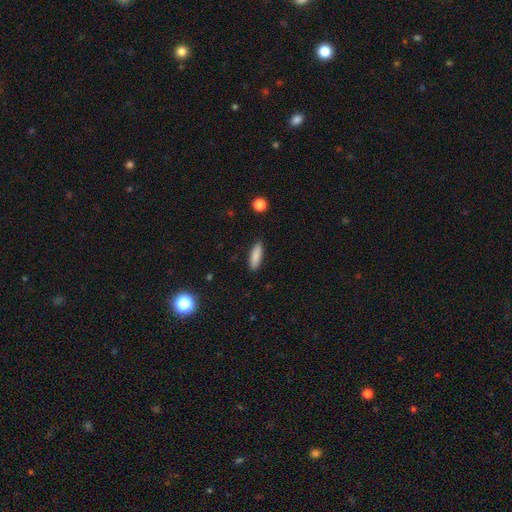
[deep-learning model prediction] The model was most divided on "how rounded": cigar-shaped: 55%, in between: 43%, round: 2%. More confident: merging — none (89%); smooth or featured — smooth (86%).